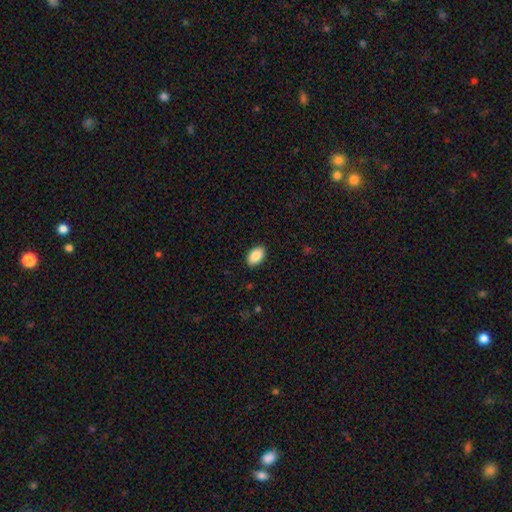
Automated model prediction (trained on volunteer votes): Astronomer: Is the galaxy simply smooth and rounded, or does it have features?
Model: smooth — 87%.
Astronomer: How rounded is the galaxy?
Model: in between — 92%.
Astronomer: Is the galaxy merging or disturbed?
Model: none — 90%.